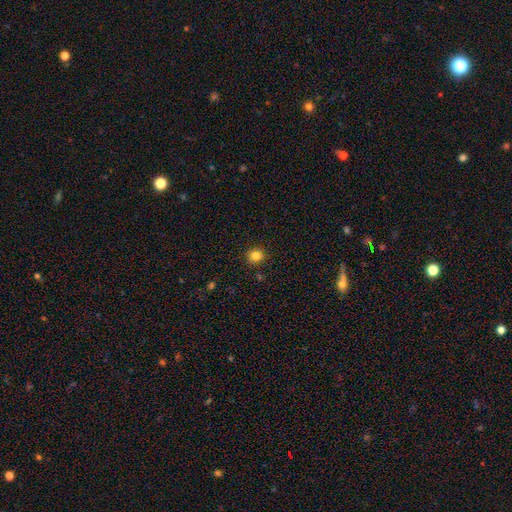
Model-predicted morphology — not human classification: Smooth or featured? smooth (83%)
How rounded? round (88%)
Merging? none (88%)